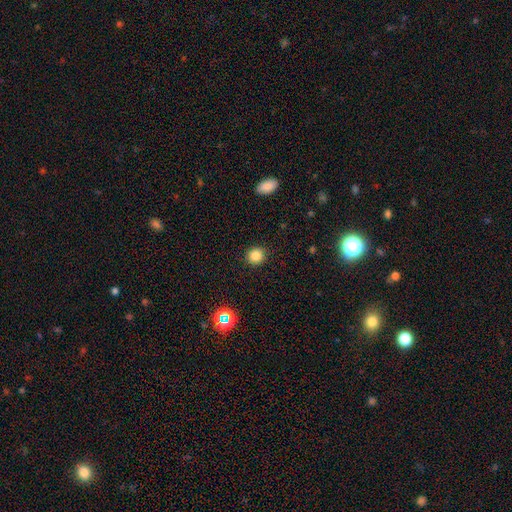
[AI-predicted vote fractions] smooth_or_featured: smooth (p=0.83) [alt: star or artifact p=0.12]
how_rounded: round (p=0.89) [alt: in between p=0.10]
merging: none (p=0.91) [alt: minor disturbance p=0.06]